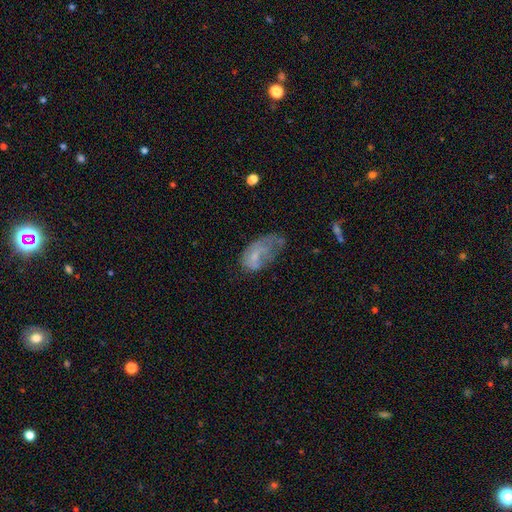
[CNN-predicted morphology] Q: Smooth or featured?
A: smooth (51%); runner-up: featured or disk (39%)
Q: How rounded?
A: in between (91%); runner-up: round (6%)
Q: Merging?
A: major disturbance (42%); runner-up: minor disturbance (30%)